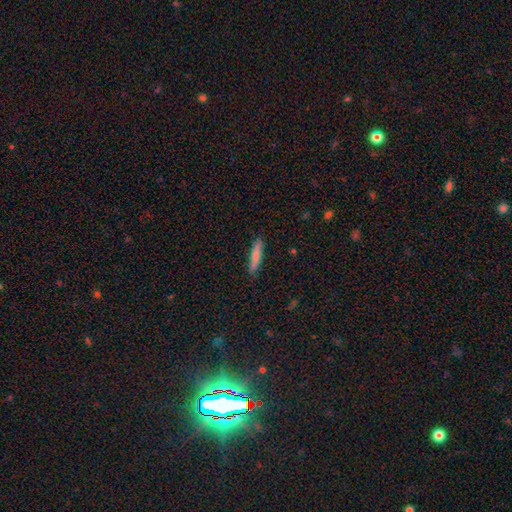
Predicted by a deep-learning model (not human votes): A smooth galaxy with no disk features (75%) that is cigar-shaped (90%).

Vote fractions:
- Smooth or featured? smooth: 75% / featured or disk: 18% / star or artifact: 6%
- How rounded? cigar-shaped: 90% / in between: 9% / round: 1%
- Merging? none: 86% / minor disturbance: 11% / major disturbance: 2% / merger: 1%